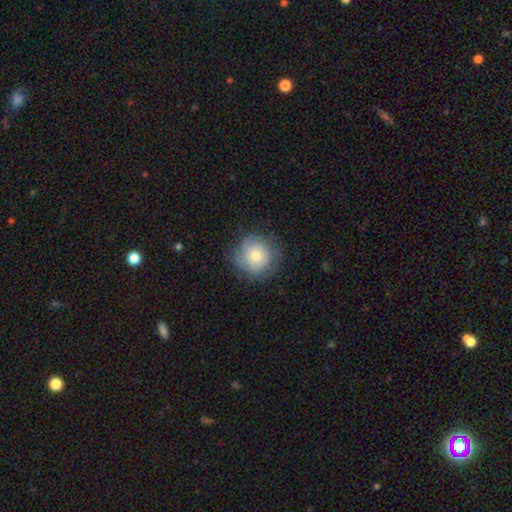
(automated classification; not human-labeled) Q: Smooth or featured?
A: smooth (63%); runner-up: featured or disk (29%)
Q: How rounded?
A: round (91%); runner-up: in between (8%)
Q: Merging?
A: none (74%); runner-up: minor disturbance (19%)